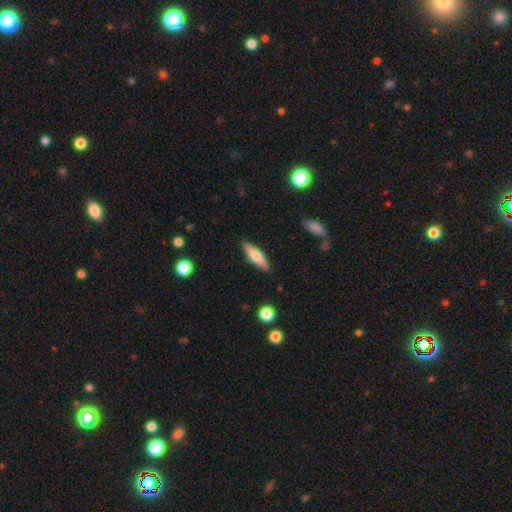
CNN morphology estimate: Smooth or featured? Predicted: smooth (p=0.64). How rounded? Predicted: cigar-shaped (p=0.65). Merging? Predicted: none (p=0.87).